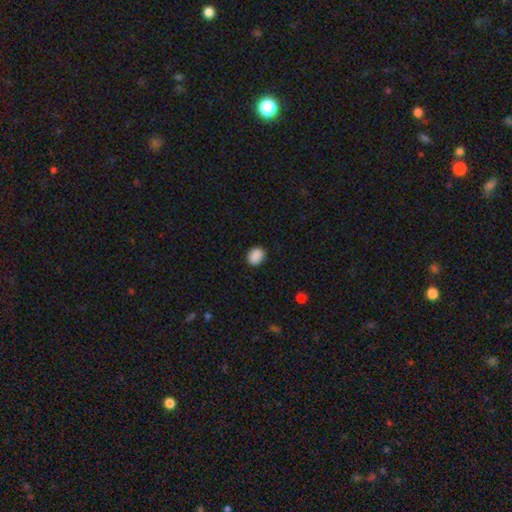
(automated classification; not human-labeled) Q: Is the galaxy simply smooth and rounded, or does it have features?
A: smooth — 89%.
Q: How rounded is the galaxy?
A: in between — 54%.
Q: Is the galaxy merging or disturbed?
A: none — 86%.